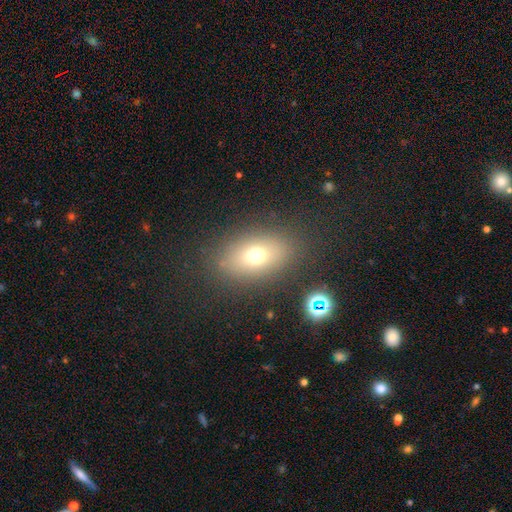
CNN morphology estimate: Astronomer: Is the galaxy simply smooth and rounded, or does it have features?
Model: smooth — 67%.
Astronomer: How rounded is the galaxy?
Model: in between — 73%.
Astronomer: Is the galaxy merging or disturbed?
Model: none — 82%.